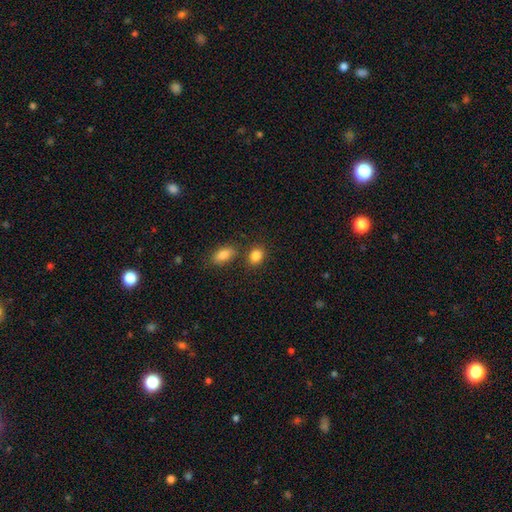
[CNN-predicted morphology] smooth_or_featured: smooth (p=0.86) [alt: star or artifact p=0.09]
how_rounded: in between (p=0.61) [alt: round p=0.38]
merging: none (p=0.71) [alt: merger p=0.14]